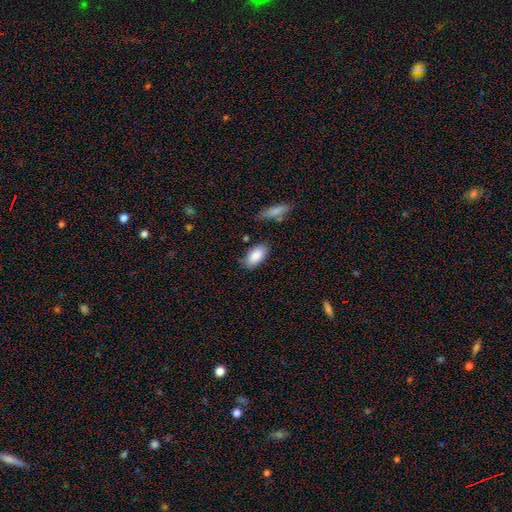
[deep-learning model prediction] Overall: smooth (87%). How rounded: in between (93%). Merging: none (79%).